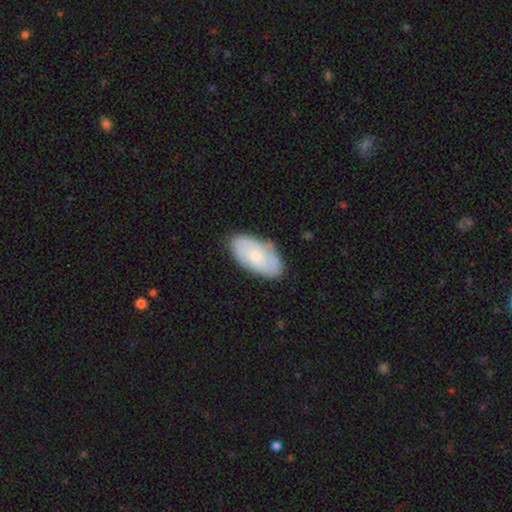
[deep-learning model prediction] smooth-or-featured: smooth: 57% | featured or disk: 37% | star or artifact: 6%
  how-rounded: in between: 94% | cigar-shaped: 3% | round: 3%
  merging: none: 76% | minor disturbance: 18% | major disturbance: 4% | merger: 2%